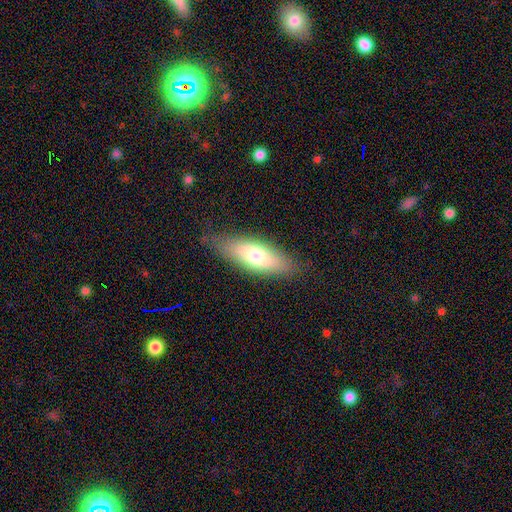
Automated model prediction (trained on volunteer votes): smooth_or_featured: smooth (p=0.67) [alt: featured or disk p=0.26]
how_rounded: in between (p=0.65) [alt: cigar-shaped p=0.33]
merging: none (p=0.79) [alt: minor disturbance p=0.16]